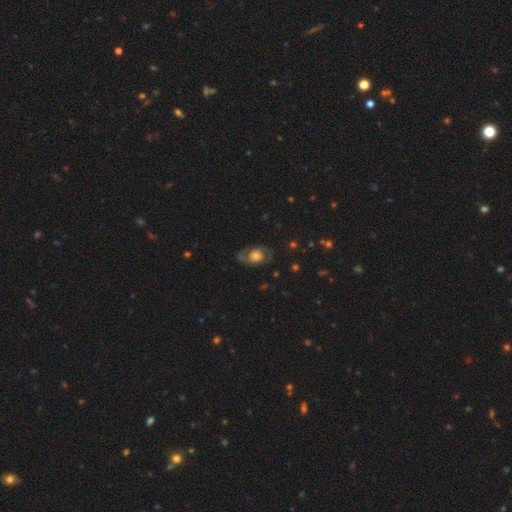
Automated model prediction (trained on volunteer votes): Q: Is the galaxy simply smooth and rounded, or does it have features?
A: featured or disk — 68%.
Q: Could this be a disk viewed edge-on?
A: no — 96%.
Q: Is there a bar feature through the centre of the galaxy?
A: no — 73%.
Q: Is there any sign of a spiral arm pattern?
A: yes — 80%.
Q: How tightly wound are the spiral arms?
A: medium — 50%.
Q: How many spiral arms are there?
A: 2 — 86%.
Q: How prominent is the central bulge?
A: moderate — 39%.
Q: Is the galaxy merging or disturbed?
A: none — 72%.